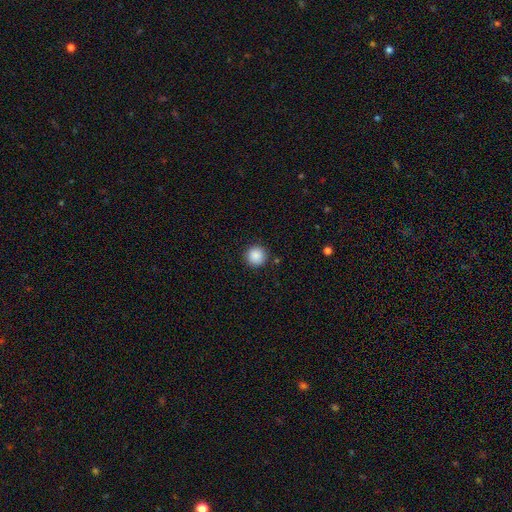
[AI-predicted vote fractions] Smooth or featured? smooth (88%)
How rounded? round (96%)
Merging? none (91%)